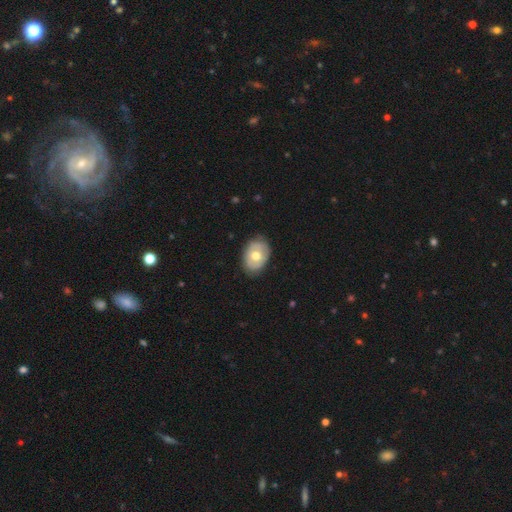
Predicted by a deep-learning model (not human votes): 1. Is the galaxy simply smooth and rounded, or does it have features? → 53% smooth, 41% featured or disk, 6% star or artifact.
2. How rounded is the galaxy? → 73% in between, 26% round, 1% cigar-shaped.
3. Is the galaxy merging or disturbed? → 78% none, 17% minor disturbance, 4% major disturbance, 1% merger.